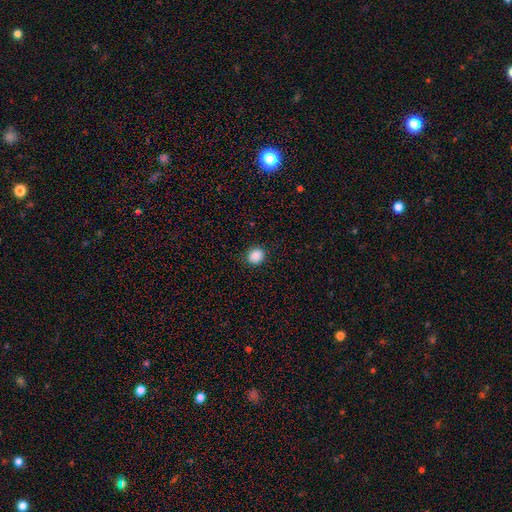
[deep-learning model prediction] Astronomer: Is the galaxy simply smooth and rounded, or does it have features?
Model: smooth — 88%.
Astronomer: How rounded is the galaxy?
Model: round — 72%.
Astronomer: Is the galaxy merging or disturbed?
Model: none — 88%.